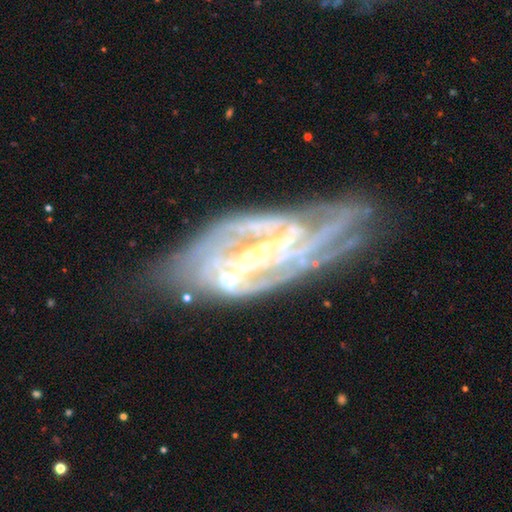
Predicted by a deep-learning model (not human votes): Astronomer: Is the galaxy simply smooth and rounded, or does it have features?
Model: featured or disk — 83%.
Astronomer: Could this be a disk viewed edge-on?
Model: no — 91%.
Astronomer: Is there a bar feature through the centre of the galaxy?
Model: strong — 42% (runner-up: weak, 32%).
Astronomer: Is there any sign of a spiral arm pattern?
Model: yes — 86%.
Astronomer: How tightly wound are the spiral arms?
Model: tight — 52% (runner-up: medium, 35%).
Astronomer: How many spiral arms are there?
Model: can't tell — 35% (runner-up: 3, 20%).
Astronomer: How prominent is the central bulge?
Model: small — 46% (runner-up: none, 27%).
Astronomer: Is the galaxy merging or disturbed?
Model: none — 54%.